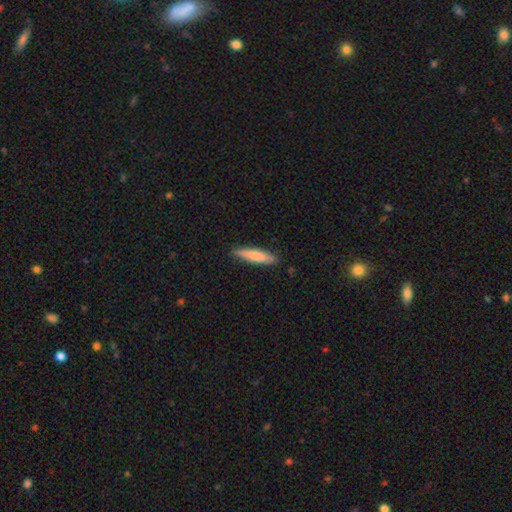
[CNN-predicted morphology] Smooth or featured: smooth — 78% (featured or disk — 17%)
How rounded: cigar-shaped — 84% (in between — 15%)
Merging: none — 88% (minor disturbance — 9%)